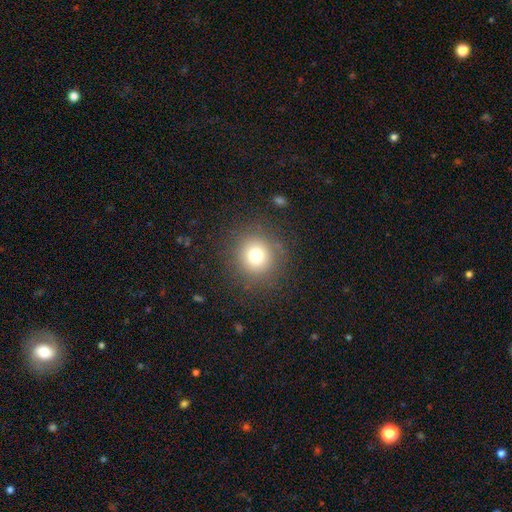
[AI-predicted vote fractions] Smooth or featured?
  - smooth: 75% *
  - star or artifact: 15%
  - featured or disk: 10%
How rounded?
  - round: 92% *
  - in between: 7%
  - cigar-shaped: 1%
Merging?
  - none: 87% *
  - minor disturbance: 8%
  - major disturbance: 4%
  - merger: 1%